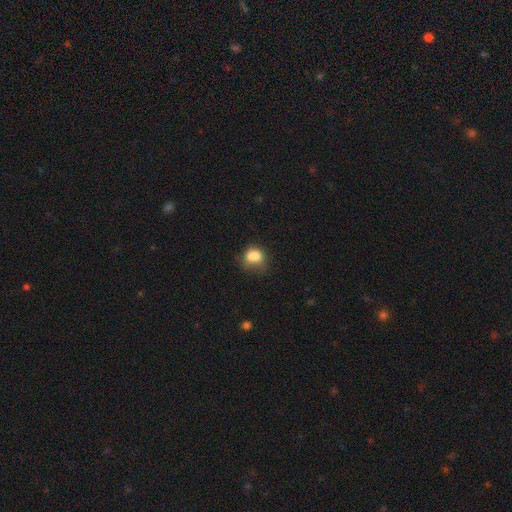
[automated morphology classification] Smooth or featured? smooth (77%)
How rounded? in between (52%)
Merging? none (38%)